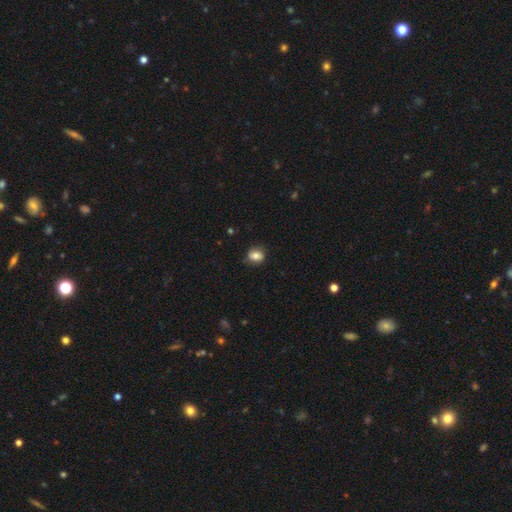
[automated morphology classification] Smooth or featured: smooth — 78% (featured or disk — 12%)
How rounded: round — 63% (in between — 36%)
Merging: none — 78% (minor disturbance — 17%)